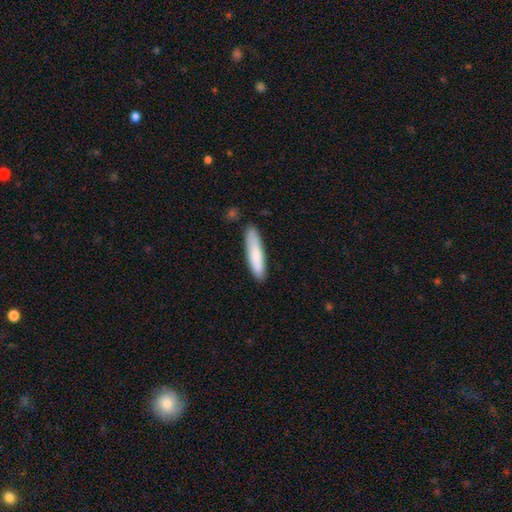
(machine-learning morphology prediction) A smooth galaxy with no disk features (81%) that is cigar-shaped (83%).

Vote fractions:
- Smooth or featured? smooth: 81% / featured or disk: 14% / star or artifact: 5%
- How rounded? cigar-shaped: 83% / in between: 16% / round: 1%
- Merging? none: 83% / minor disturbance: 12% / merger: 2% / major disturbance: 2%